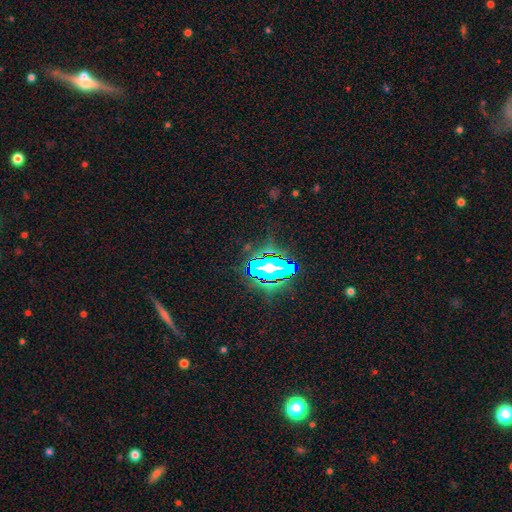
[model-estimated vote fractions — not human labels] This is likely a star or artifact rather than a galaxy (77%).